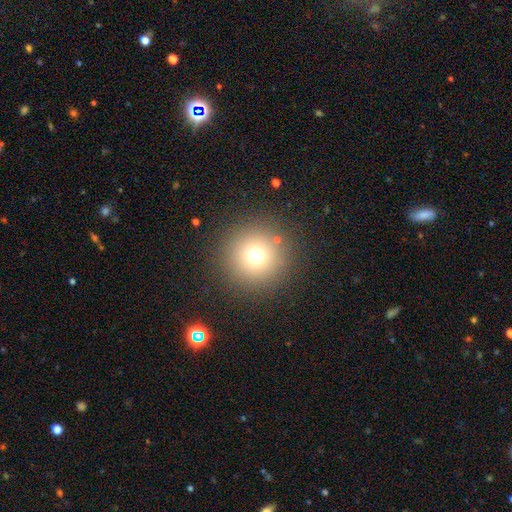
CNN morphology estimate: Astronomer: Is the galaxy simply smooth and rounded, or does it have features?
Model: smooth — 71%.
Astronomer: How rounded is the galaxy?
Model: round — 96%.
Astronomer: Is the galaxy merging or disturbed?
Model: none — 89%.